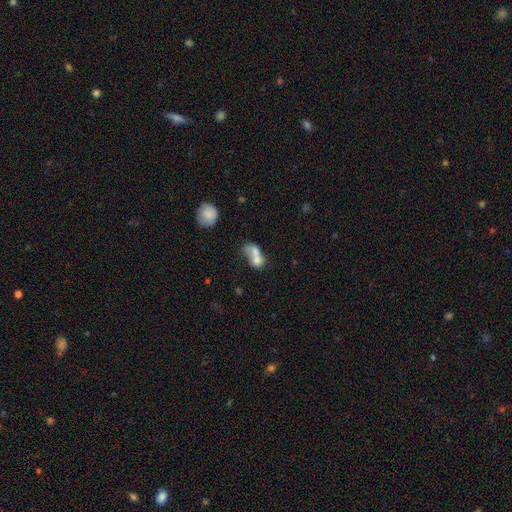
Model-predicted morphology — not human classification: Overall: smooth (68%). How rounded: in between (69%). Merging: merger (69%).